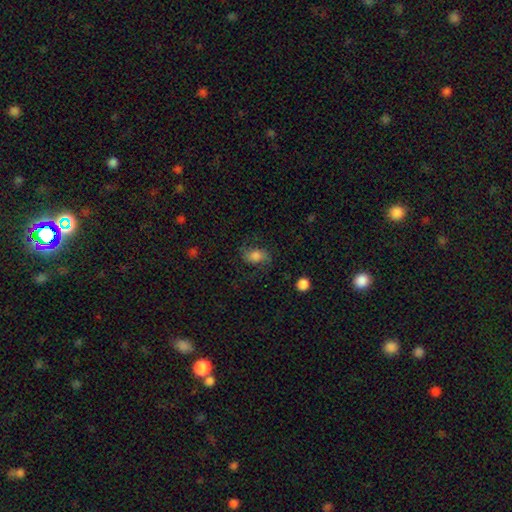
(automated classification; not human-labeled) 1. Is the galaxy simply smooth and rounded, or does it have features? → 60% smooth, 29% featured or disk, 12% star or artifact.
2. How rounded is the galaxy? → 76% in between, 22% round, 2% cigar-shaped.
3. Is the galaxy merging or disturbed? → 63% none, 21% minor disturbance, 14% major disturbance, 2% merger.